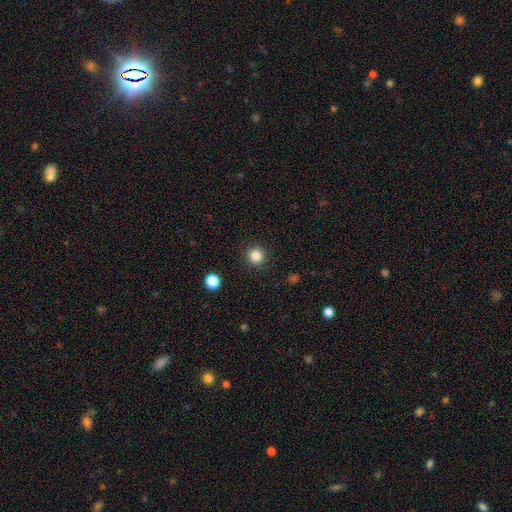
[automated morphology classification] Overall: smooth (84%). How rounded: round (95%). Merging: none (92%).